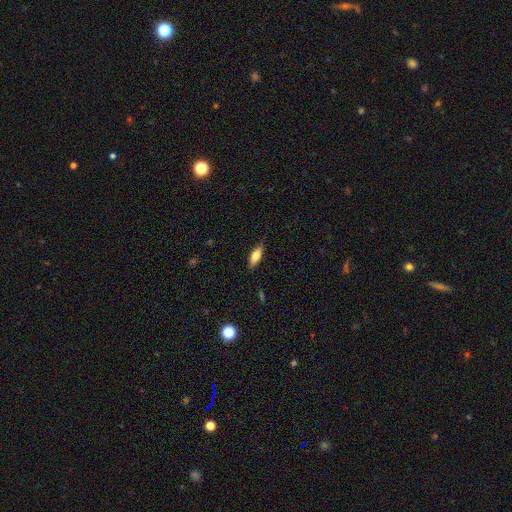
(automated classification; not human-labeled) Smooth or featured? smooth (79%)
How rounded? in between (70%)
Merging? none (83%)